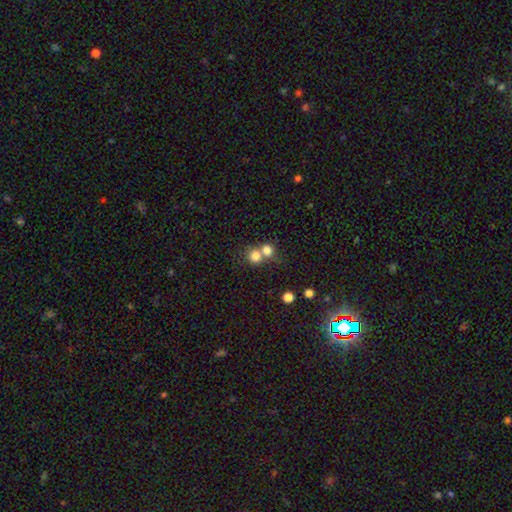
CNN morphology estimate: type=smooth (79%); roundness=round (82%); merging=merger (56%).